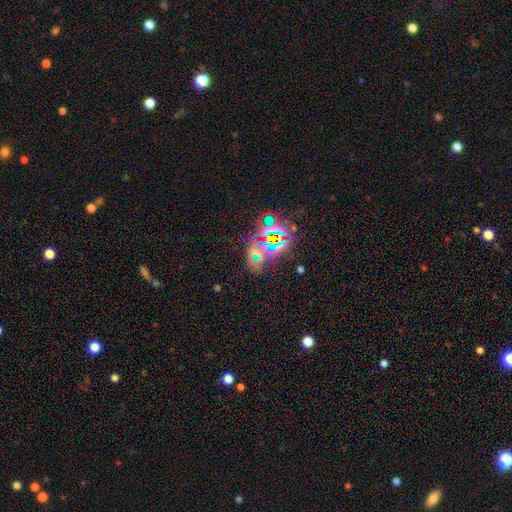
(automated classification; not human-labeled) Smooth or featured?
  - star or artifact: 68% *
  - featured or disk: 17%
  - smooth: 15%